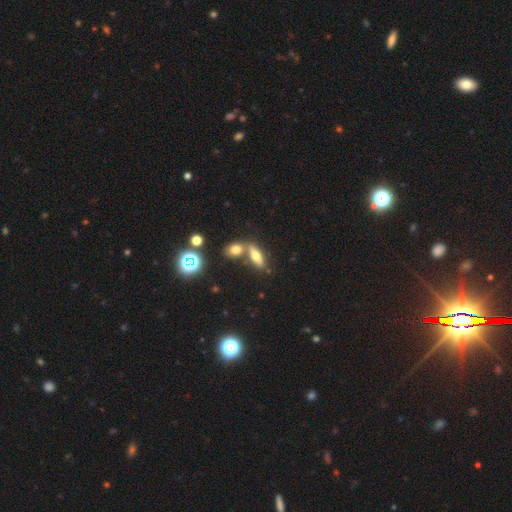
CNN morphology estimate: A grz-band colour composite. It shows a smooth galaxy with no disk features (57%) that is in between round and cigar-shaped (58%). Merging: none (53%).